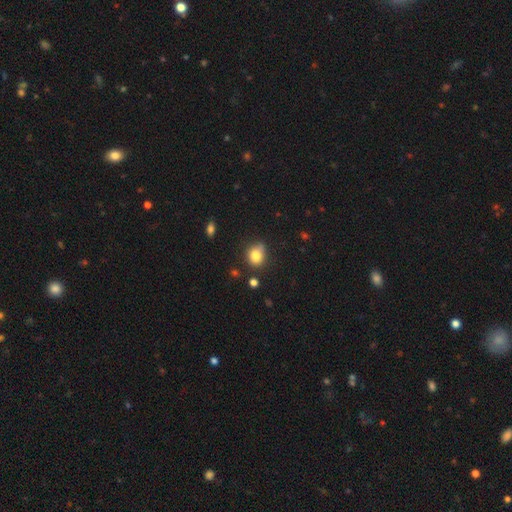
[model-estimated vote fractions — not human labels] Q: Smooth or featured?
A: smooth (80%); runner-up: star or artifact (11%)
Q: How rounded?
A: round (64%); runner-up: in between (35%)
Q: Merging?
A: none (63%); runner-up: minor disturbance (25%)